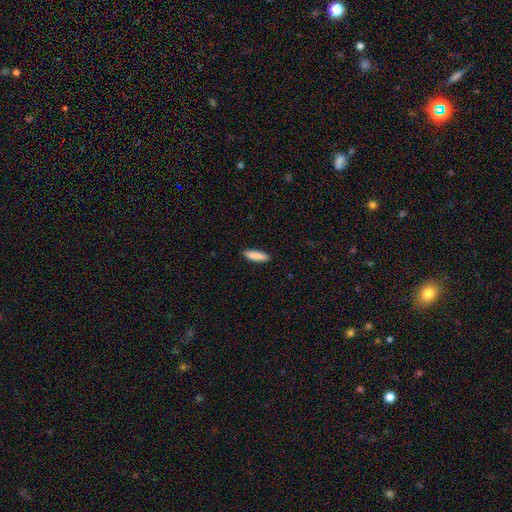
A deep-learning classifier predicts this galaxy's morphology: Smooth or featured: smooth — 89% (star or artifact — 6%)
How rounded: cigar-shaped — 59% (in between — 39%)
Merging: none — 90% (minor disturbance — 7%)